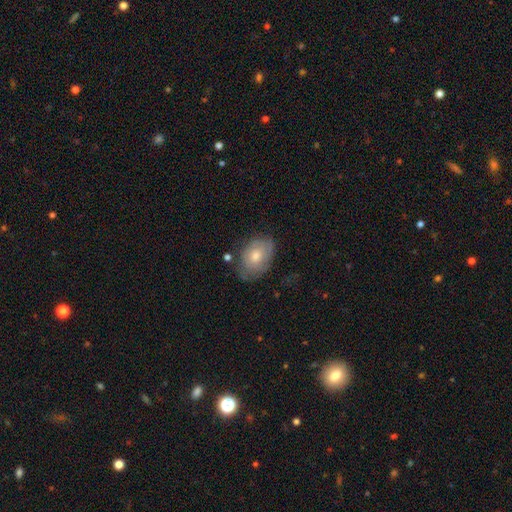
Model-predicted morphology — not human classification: Q: Smooth or featured?
A: smooth (54%); runner-up: featured or disk (37%)
Q: How rounded?
A: in between (81%); runner-up: round (17%)
Q: Merging?
A: none (69%); runner-up: minor disturbance (23%)